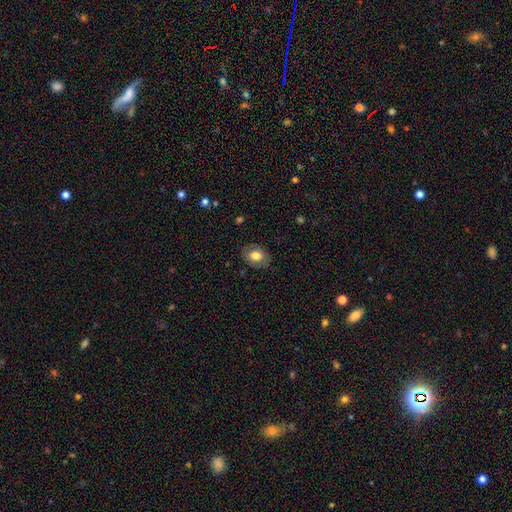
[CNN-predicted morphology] Smooth or featured: smooth — 72% (featured or disk — 21%)
How rounded: in between — 67% (round — 32%)
Merging: none — 82% (minor disturbance — 13%)